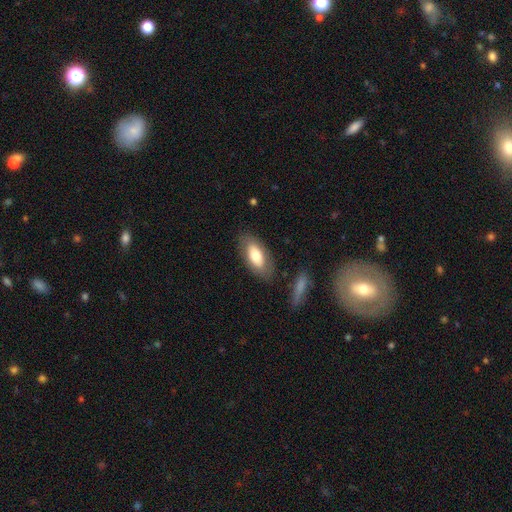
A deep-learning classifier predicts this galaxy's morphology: Smooth or featured: smooth — 71% (featured or disk — 23%)
How rounded: in between — 87% (cigar-shaped — 10%)
Merging: none — 80% (minor disturbance — 13%)